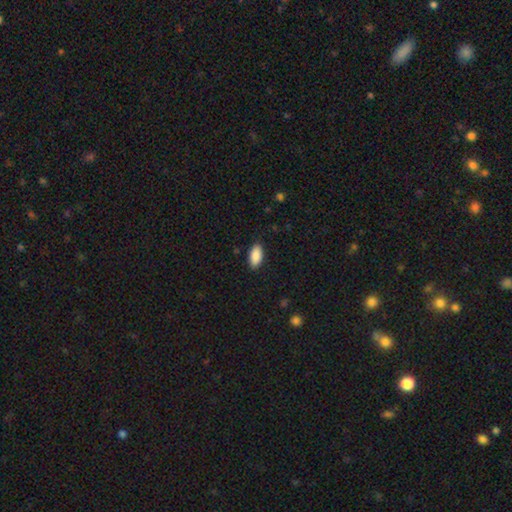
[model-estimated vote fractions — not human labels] smooth_or_featured: smooth (p=0.90) [alt: star or artifact p=0.06]
how_rounded: in between (p=0.91) [alt: cigar-shaped p=0.07]
merging: none (p=0.88) [alt: minor disturbance p=0.09]